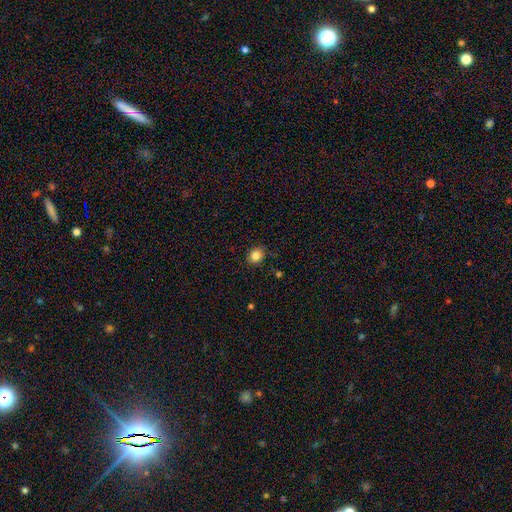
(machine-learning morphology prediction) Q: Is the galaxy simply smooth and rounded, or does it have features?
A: smooth — 84%.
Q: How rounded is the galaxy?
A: round — 57%.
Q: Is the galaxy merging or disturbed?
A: none — 86%.